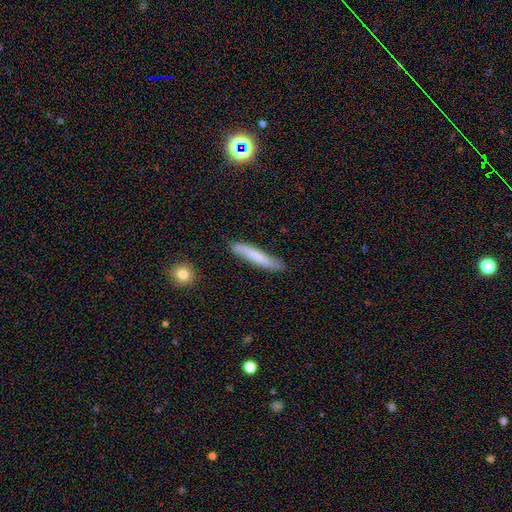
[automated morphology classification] smooth 65%, featured or disk 29%, star or artifact 7%. Down the decision tree: how rounded — cigar-shaped (93%); merging — none (80%).